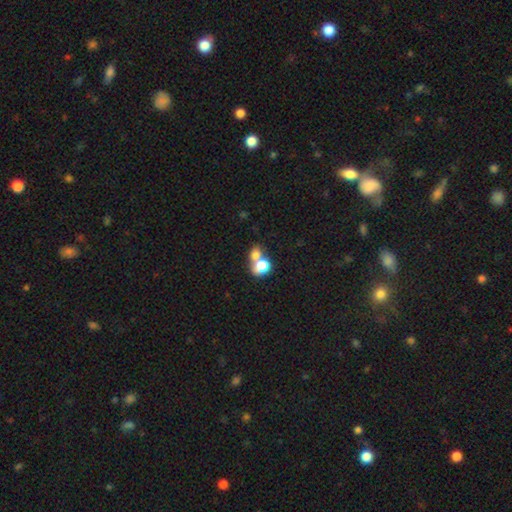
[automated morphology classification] type=smooth (73%); roundness=round (57%); merging=merger (59%).